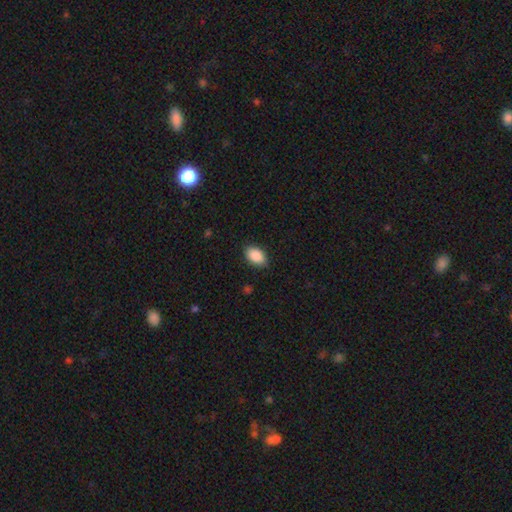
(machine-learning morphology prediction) smooth-or-featured: smooth: 90% | star or artifact: 7% | featured or disk: 3%
  how-rounded: in between: 92% | round: 7% | cigar-shaped: 1%
  merging: none: 87% | minor disturbance: 10% | major disturbance: 2% | merger: 1%